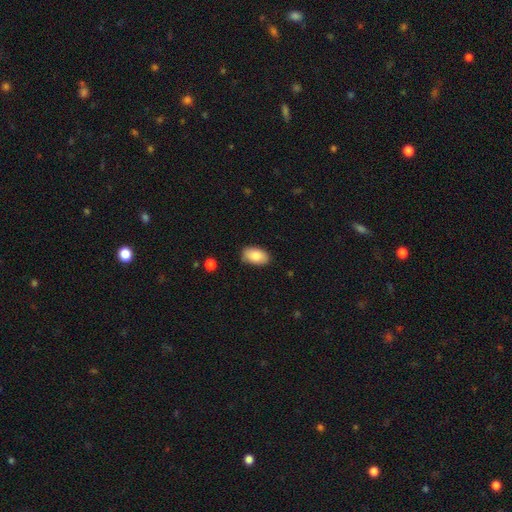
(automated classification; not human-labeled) The model was most divided on "merging": none: 83%, minor disturbance: 13%, major disturbance: 2%, merger: 1%. More confident: how rounded — in between (94%); smooth or featured — smooth (85%).